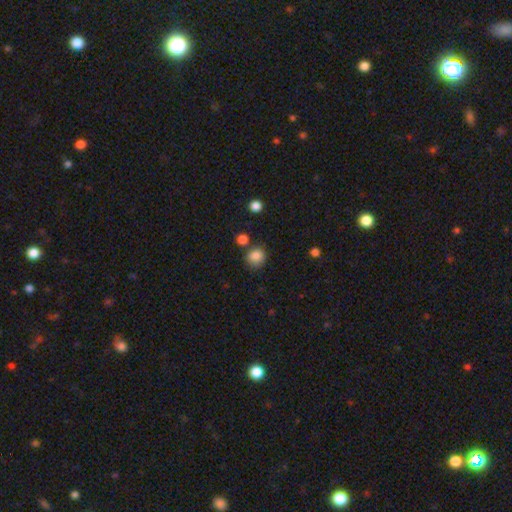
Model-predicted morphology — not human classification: smooth 85%, star or artifact 11%, featured or disk 4%. Down the decision tree: how rounded — round (81%); merging — none (74%).